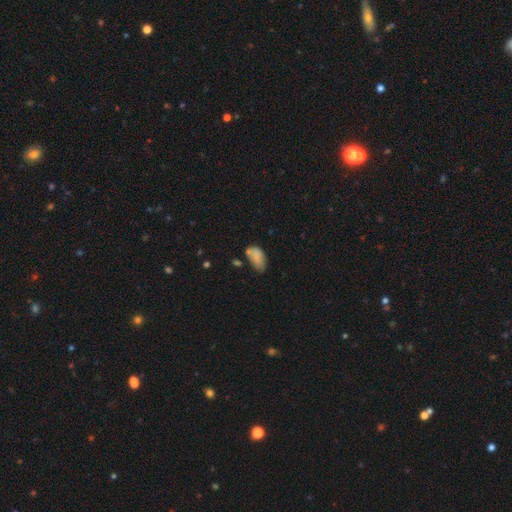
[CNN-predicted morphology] smooth 78%, featured or disk 13%, star or artifact 9%. Down the decision tree: how rounded — in between (92%); merging — none (41%).